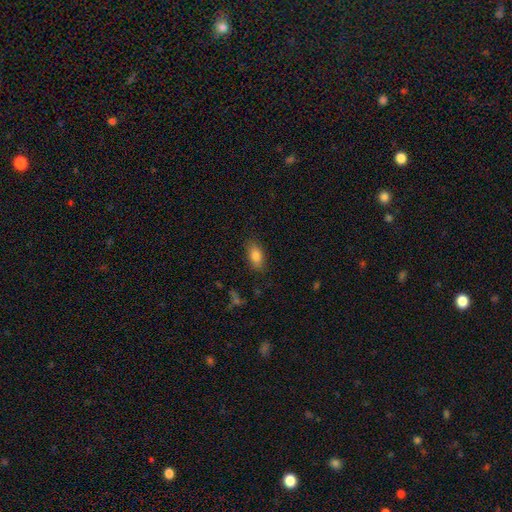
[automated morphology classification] Smooth or featured? Predicted: smooth (p=0.82). How rounded? Predicted: in between (p=0.87). Merging? Predicted: none (p=0.85).